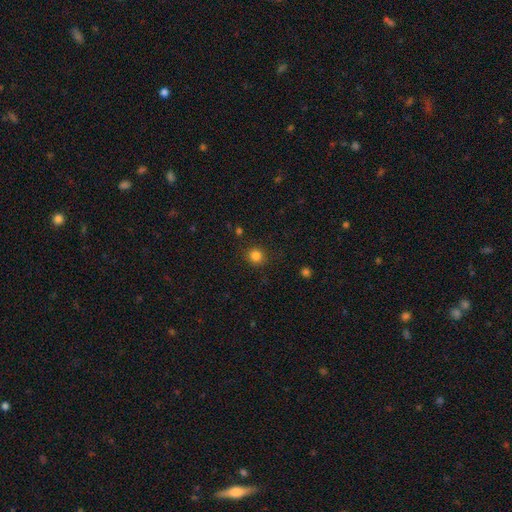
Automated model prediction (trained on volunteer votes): Smooth or featured?
  - smooth: 83% *
  - star or artifact: 13%
  - featured or disk: 4%
How rounded?
  - round: 90% *
  - in between: 9%
  - cigar-shaped: 1%
Merging?
  - none: 89% *
  - minor disturbance: 7%
  - major disturbance: 3%
  - merger: 1%